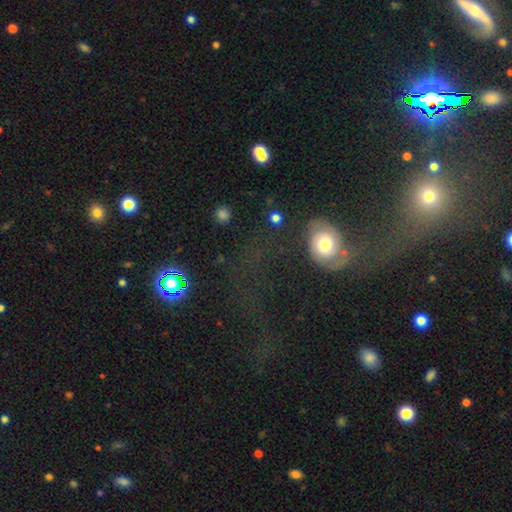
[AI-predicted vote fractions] Q: Smooth or featured?
A: featured or disk (43%); runner-up: smooth (40%)
Q: Merging?
A: major disturbance (35%); runner-up: none (33%)